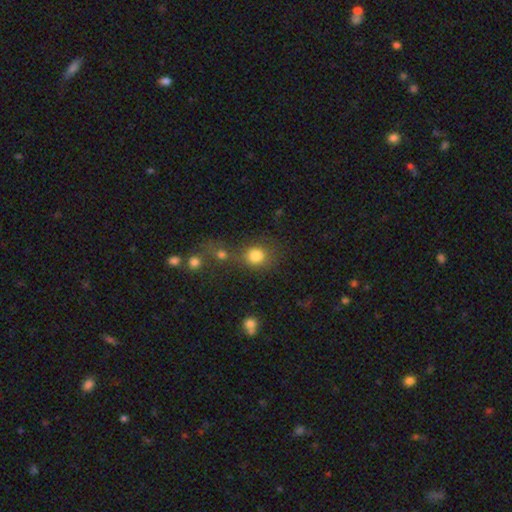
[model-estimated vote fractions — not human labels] Smooth or featured? smooth (81%)
How rounded? round (76%)
Merging? none (53%)